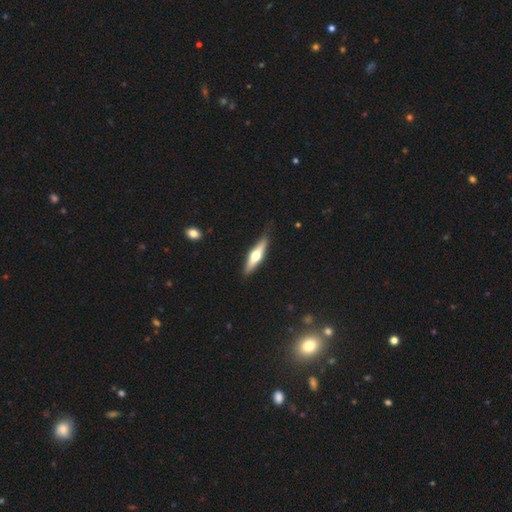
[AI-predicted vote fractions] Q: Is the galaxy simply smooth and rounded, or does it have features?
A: featured or disk — 57%.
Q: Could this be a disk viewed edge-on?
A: yes — 93%.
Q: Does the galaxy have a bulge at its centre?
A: rounded — 95%.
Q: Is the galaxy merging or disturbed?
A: none — 86%.